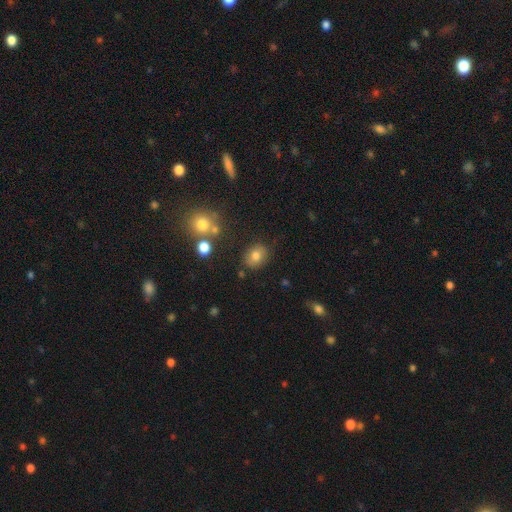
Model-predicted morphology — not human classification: Q: Smooth or featured?
A: smooth (79%); runner-up: star or artifact (11%)
Q: How rounded?
A: in between (50%); runner-up: round (49%)
Q: Merging?
A: none (82%); runner-up: minor disturbance (11%)